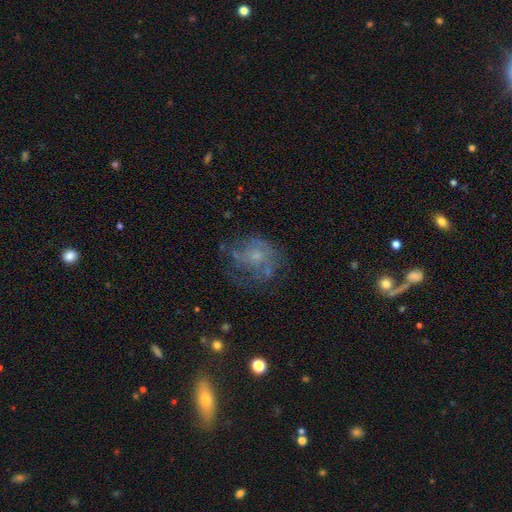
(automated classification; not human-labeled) Smooth or featured? featured or disk (54%)
Edge-on disk? no (98%)
Bar? no (83%)
Spiral arms? no (51%)
Bulge size? small (58%)
Merging? none (49%)